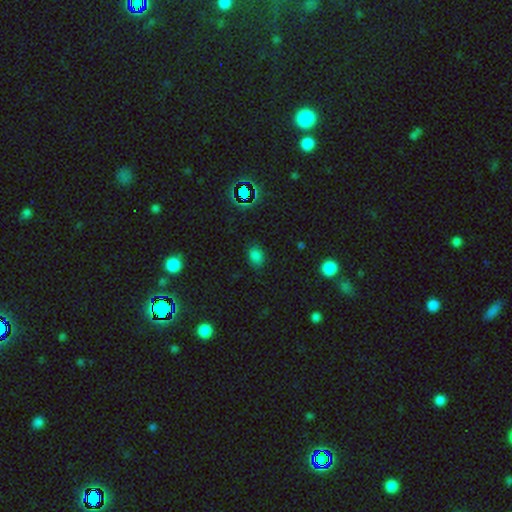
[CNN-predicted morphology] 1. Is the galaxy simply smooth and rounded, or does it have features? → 70% smooth, 24% star or artifact, 6% featured or disk.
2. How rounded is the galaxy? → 70% in between, 29% round, 1% cigar-shaped.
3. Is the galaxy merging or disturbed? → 78% none, 16% minor disturbance, 4% major disturbance, 2% merger.